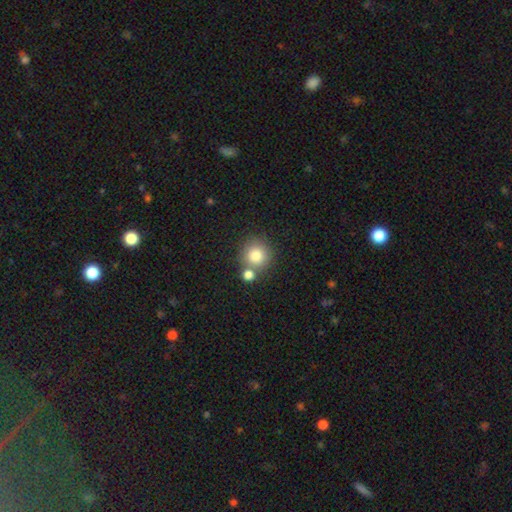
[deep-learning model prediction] The model was most divided on "merging": none: 63%, merger: 25%, minor disturbance: 9%, major disturbance: 3%. More confident: how rounded — round (91%); smooth or featured — smooth (81%).